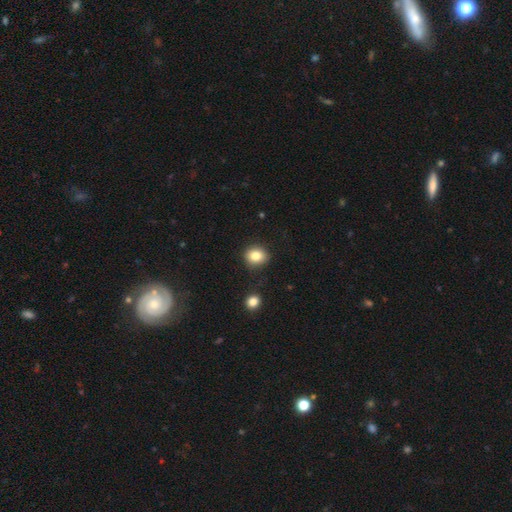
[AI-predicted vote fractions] Q: Smooth or featured?
A: smooth (83%); runner-up: star or artifact (10%)
Q: How rounded?
A: round (69%); runner-up: in between (30%)
Q: Merging?
A: none (86%); runner-up: minor disturbance (9%)